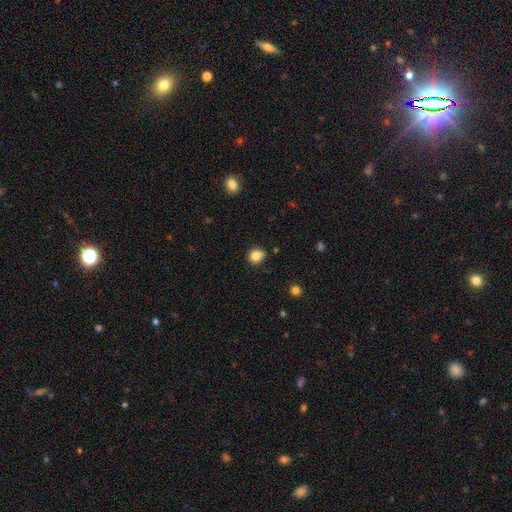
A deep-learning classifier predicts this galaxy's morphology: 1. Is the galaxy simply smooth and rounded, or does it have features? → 83% smooth, 11% star or artifact, 6% featured or disk.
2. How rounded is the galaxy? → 75% round, 24% in between, 1% cigar-shaped.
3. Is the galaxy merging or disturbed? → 78% none, 17% minor disturbance, 3% major disturbance, 2% merger.